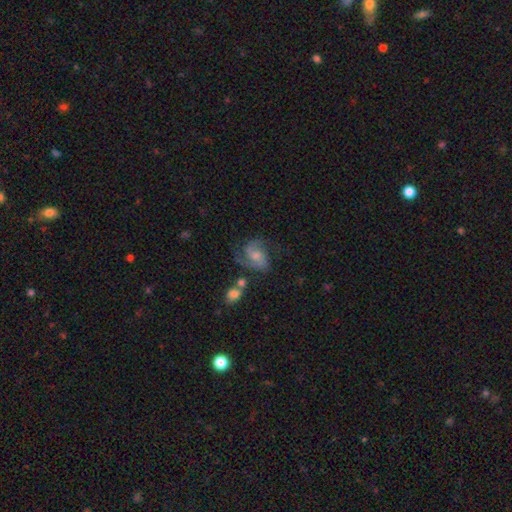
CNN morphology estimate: Smooth or featured: featured or disk — 79% (smooth — 14%)
Edge-on disk: no — 98% (yes — 2%)
Bar: no — 55% (weak — 39%)
Spiral arms: yes — 95% (no — 5%)
Spiral winding: medium — 54% (tight — 23%)
Spiral arm count: 2 — 75% (can't tell — 7%)
Bulge size: small — 37% (tied with moderate — 37%)
Merging: none — 52% (minor disturbance — 21%)